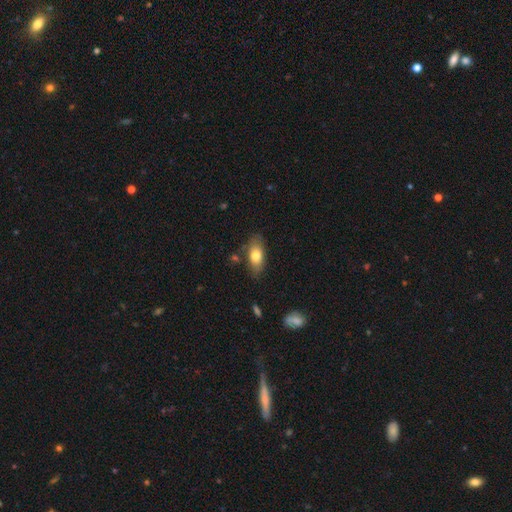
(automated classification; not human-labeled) Overall: smooth (75%). How rounded: in between (86%). Merging: none (76%).